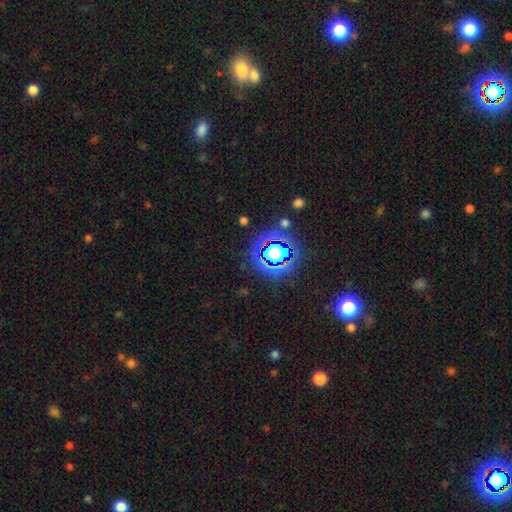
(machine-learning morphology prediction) star or artifact 79%, smooth 13%, featured or disk 8%.